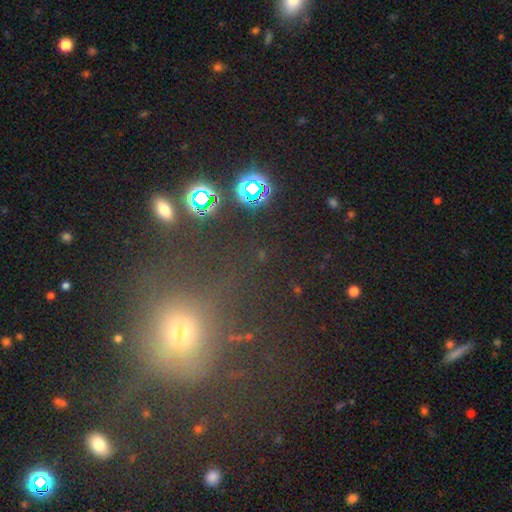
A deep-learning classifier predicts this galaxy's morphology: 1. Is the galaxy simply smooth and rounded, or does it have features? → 45% smooth, 43% star or artifact, 12% featured or disk.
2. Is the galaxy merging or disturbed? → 70% none, 13% minor disturbance, 11% major disturbance, 7% merger.